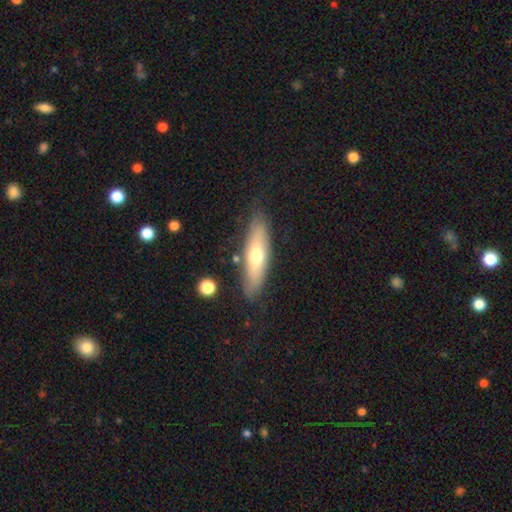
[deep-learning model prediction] Q: Smooth or featured?
A: smooth (55%); runner-up: featured or disk (38%)
Q: How rounded?
A: cigar-shaped (60%); runner-up: in between (38%)
Q: Merging?
A: none (81%); runner-up: minor disturbance (13%)